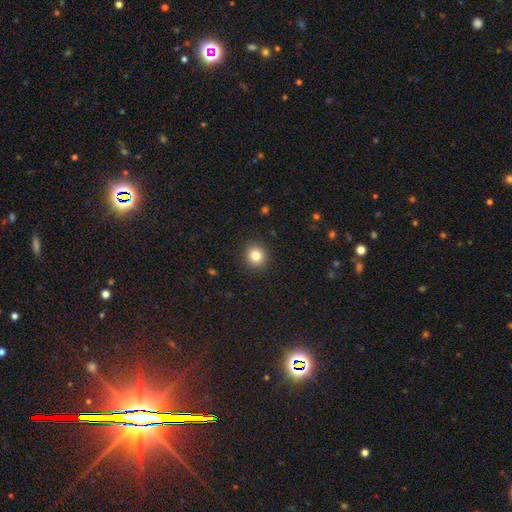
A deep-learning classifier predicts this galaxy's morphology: type=smooth (83%); roundness=round (89%); merging=none (91%).